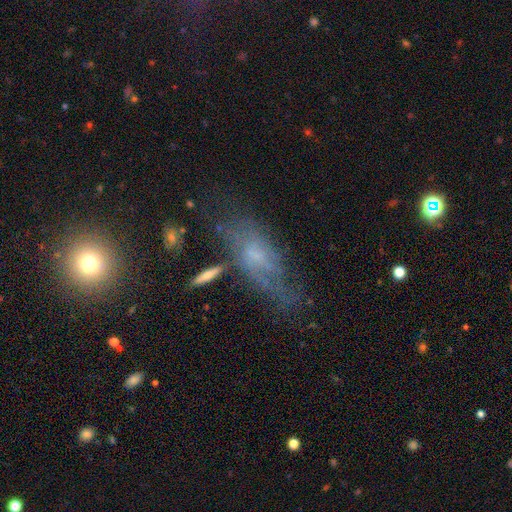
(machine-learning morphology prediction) A featured or disk galaxy (55%). Merging: none (47%).